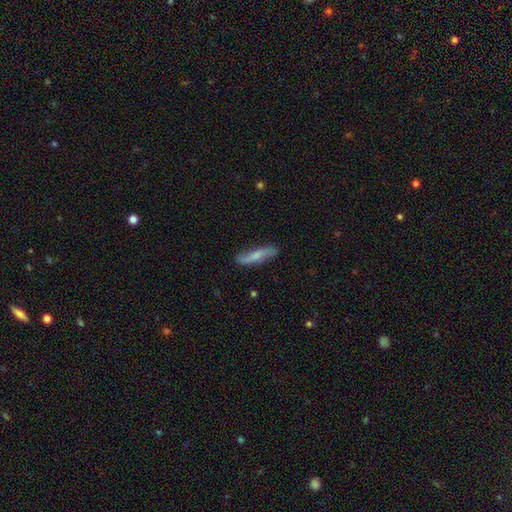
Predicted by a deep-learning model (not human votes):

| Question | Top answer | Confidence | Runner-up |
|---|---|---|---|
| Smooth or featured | smooth | 52% | featured or disk (42%) |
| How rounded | cigar-shaped | 75% | in between (23%) |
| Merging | none | 79% | minor disturbance (16%) |